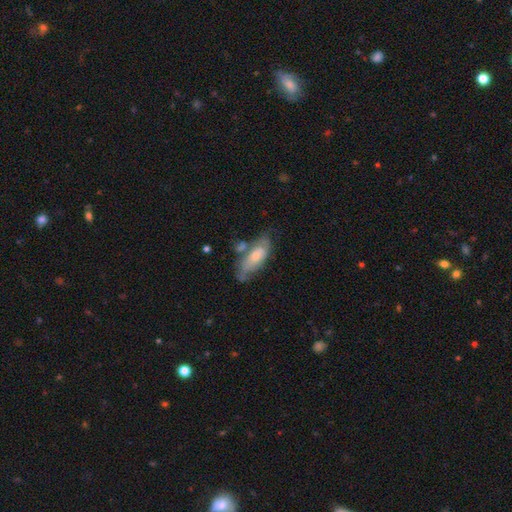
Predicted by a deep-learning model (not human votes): Smooth or featured?
  - smooth: 49% *
  - featured or disk: 45%
  - star or artifact: 6%
Merging?
  - none: 40% *
  - minor disturbance: 27%
  - merger: 19%
  - major disturbance: 14%